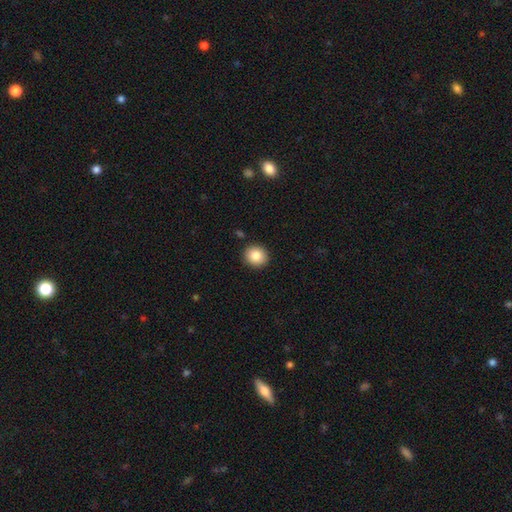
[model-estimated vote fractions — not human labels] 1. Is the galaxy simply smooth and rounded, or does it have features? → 84% smooth, 9% star or artifact, 7% featured or disk.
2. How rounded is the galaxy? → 86% round, 13% in between, 1% cigar-shaped.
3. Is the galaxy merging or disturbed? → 91% none, 6% minor disturbance, 2% major disturbance, 2% merger.